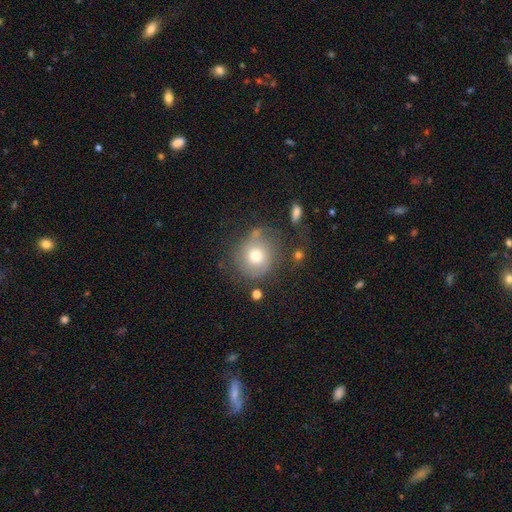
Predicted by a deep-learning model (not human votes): A smooth galaxy with no disk features (68%) that is round (88%). Merging: none (66%).